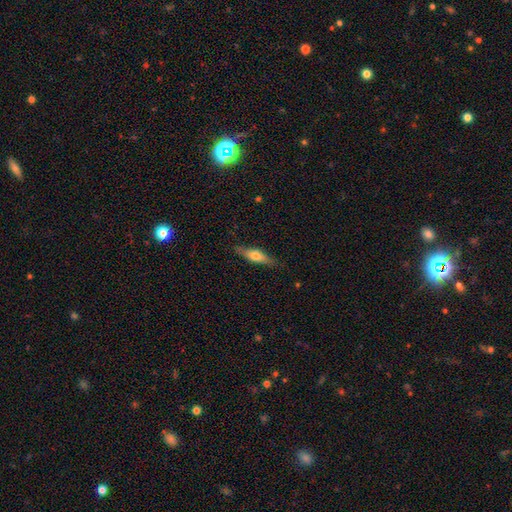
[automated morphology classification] Smooth or featured? smooth (55%)
How rounded? cigar-shaped (61%)
Merging? none (83%)